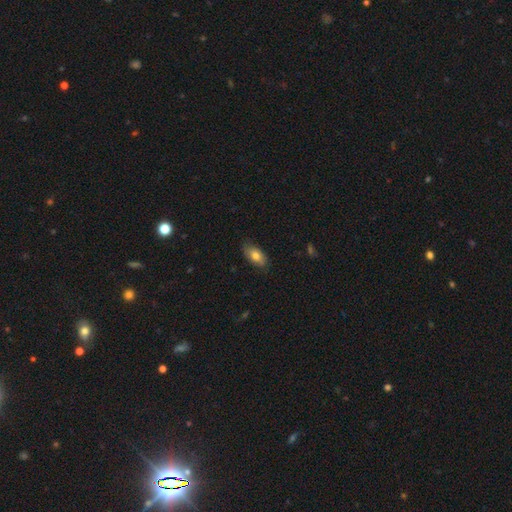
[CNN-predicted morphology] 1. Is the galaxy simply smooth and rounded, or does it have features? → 76% smooth, 17% featured or disk, 7% star or artifact.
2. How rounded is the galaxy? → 91% in between, 5% cigar-shaped, 4% round.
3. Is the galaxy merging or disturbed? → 80% none, 16% minor disturbance, 3% major disturbance, 1% merger.